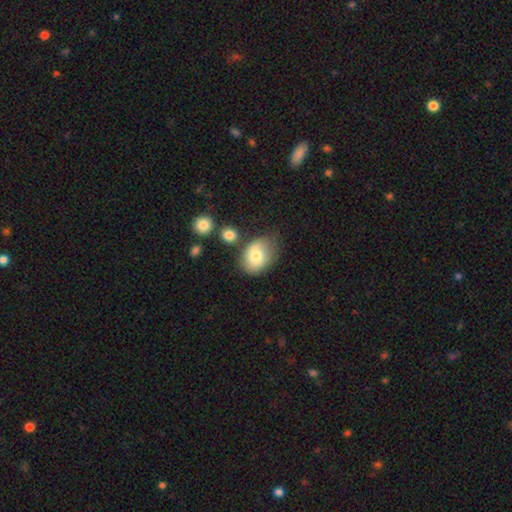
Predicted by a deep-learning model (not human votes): smooth_or_featured: smooth (p=0.71) [alt: featured or disk p=0.21]
how_rounded: in between (p=0.72) [alt: round p=0.27]
merging: none (p=0.57) [alt: minor disturbance p=0.27]